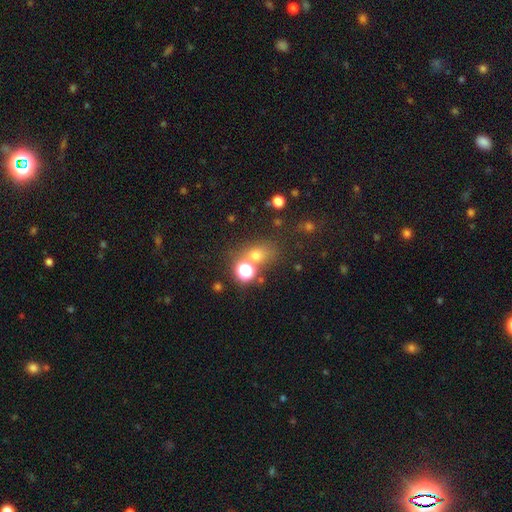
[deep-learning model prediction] Smooth or featured? smooth (61%)
How rounded? round (61%)
Merging? none (62%)